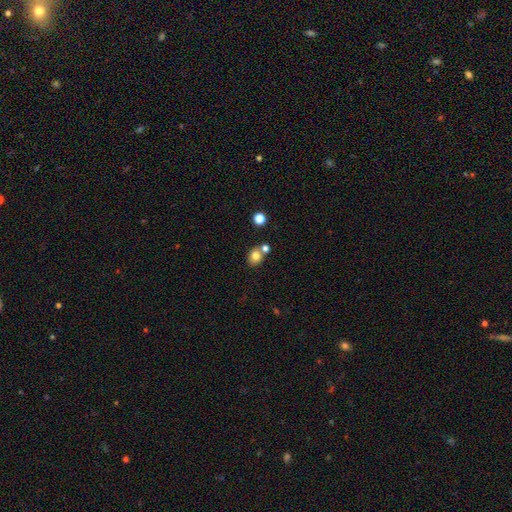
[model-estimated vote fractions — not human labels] Overall: smooth (79%). How rounded: round (57%; in between 42%). Merging: none (60%; merger 27%).